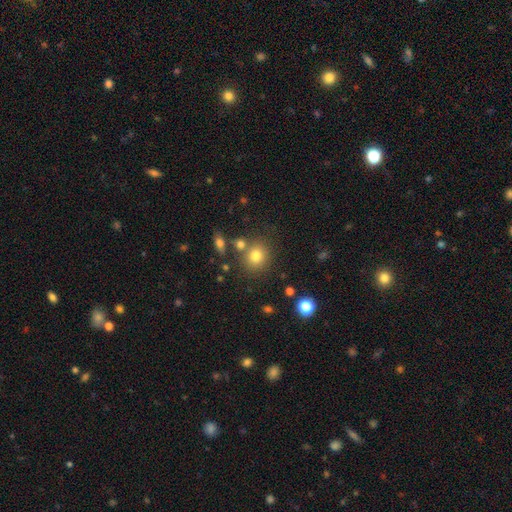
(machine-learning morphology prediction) smooth-or-featured: smooth: 78% | star or artifact: 13% | featured or disk: 9%
  how-rounded: round: 80% | in between: 19% | cigar-shaped: 1%
  merging: none: 74% | merger: 12% | minor disturbance: 10% | major disturbance: 4%